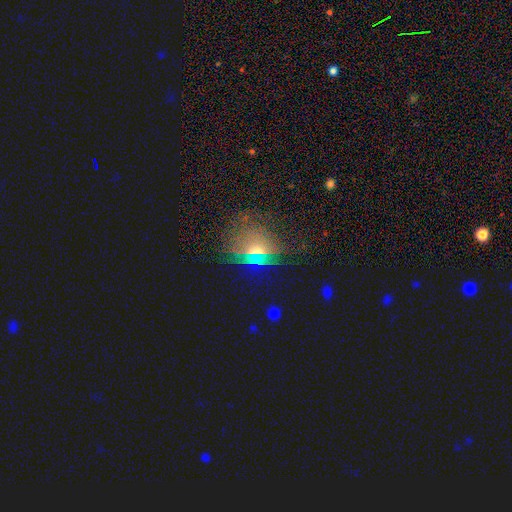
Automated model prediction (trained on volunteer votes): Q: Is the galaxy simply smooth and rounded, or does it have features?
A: smooth — 45%.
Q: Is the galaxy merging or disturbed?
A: none — 72%.